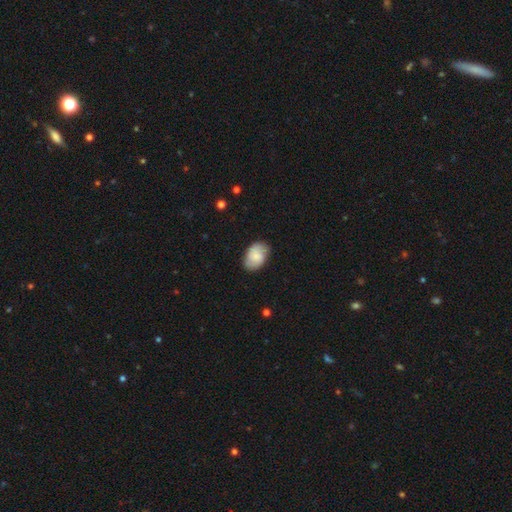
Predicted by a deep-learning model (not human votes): Smooth or featured? smooth (61%)
How rounded? in between (85%)
Merging? none (77%)